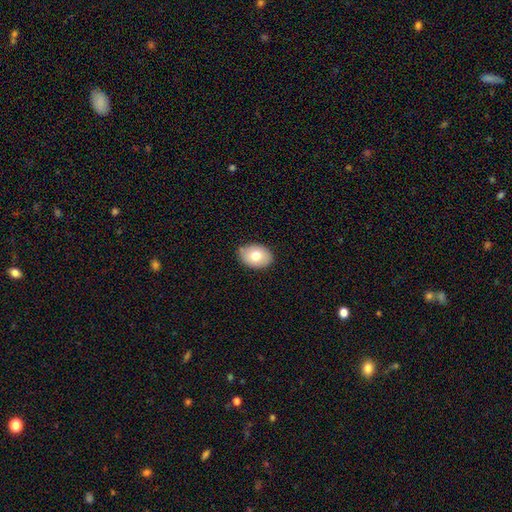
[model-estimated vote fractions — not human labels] This is likely a smooth galaxy (75%). How rounded: likely in between (78%). Merging: clearly none (82%).